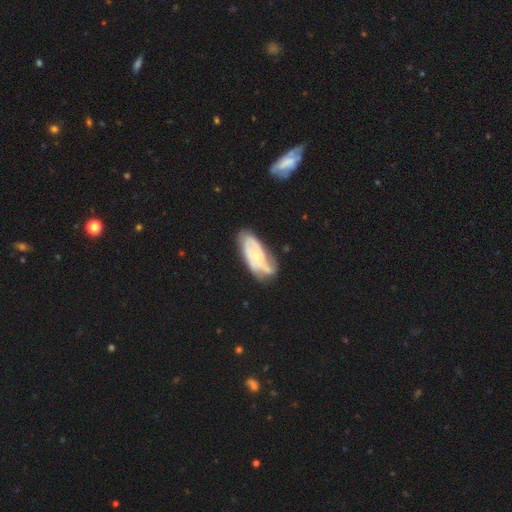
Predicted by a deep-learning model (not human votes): A featured or disk galaxy (69%) with no bar (77%), spiral arms (77%) and a small central bulge (67%).

Vote fractions:
- Smooth or featured? featured or disk: 69% / smooth: 26% / star or artifact: 6%
- Edge-on disk? no: 92% / yes: 8%
- Bar? no: 77% / weak: 19% / strong: 4%
- Spiral arms? yes: 77% / no: 23%
- Bulge size? small: 67% / moderate: 29% / none: 2% / large: 1% / dominant: 1%
- Merging? none: 54% / minor disturbance: 29% / major disturbance: 11% / merger: 6%